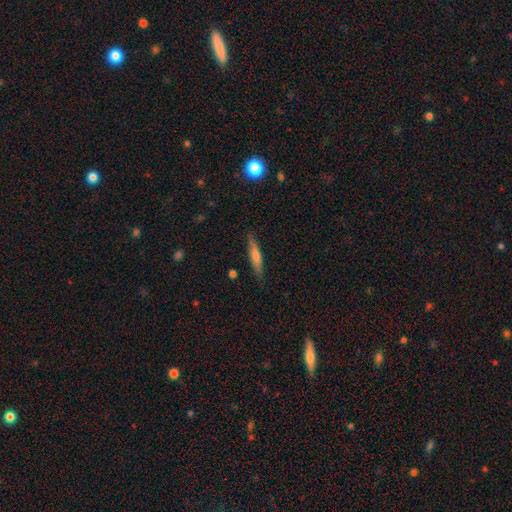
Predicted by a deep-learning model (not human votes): This is possibly a smooth galaxy (47%). Merging: clearly none (89%).